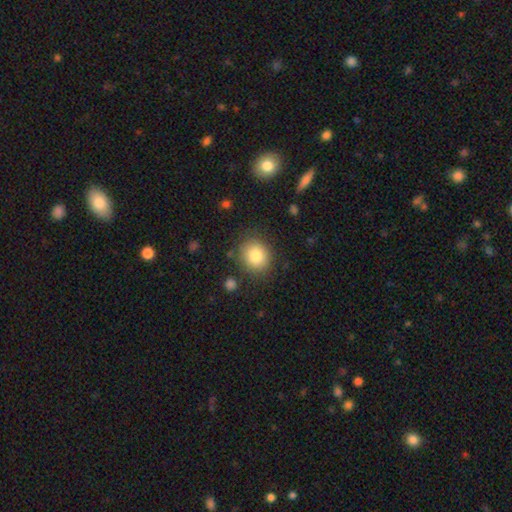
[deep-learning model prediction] smooth_or_featured: smooth (p=0.82) [alt: star or artifact p=0.10]
how_rounded: round (p=0.80) [alt: in between p=0.19]
merging: none (p=0.84) [alt: minor disturbance p=0.10]